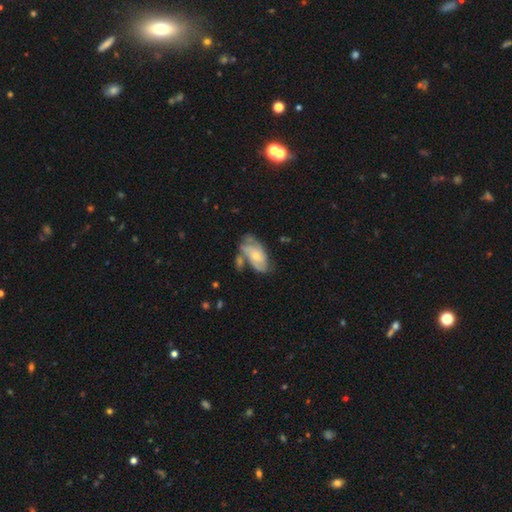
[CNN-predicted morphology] smooth-or-featured: featured or disk: 66% | smooth: 28% | star or artifact: 6%
  disk-edge-on: no: 95% | yes: 5%
    bar: no: 74% | weak: 21% | strong: 5%
    has-spiral-arms: yes: 82% | no: 18%
      spiral-winding: medium: 41% | tight: 37% | loose: 22%
      spiral-arm-count: 2: 41% | can't tell: 29% | 3: 19% | 4: 5% | 1: 4% | more than 4: 3%
    bulge-size: small: 56% | moderate: 39% | none: 2% | large: 2% | dominant: 1%
  merging: none: 41% | minor disturbance: 25% | merger: 20% | major disturbance: 15%